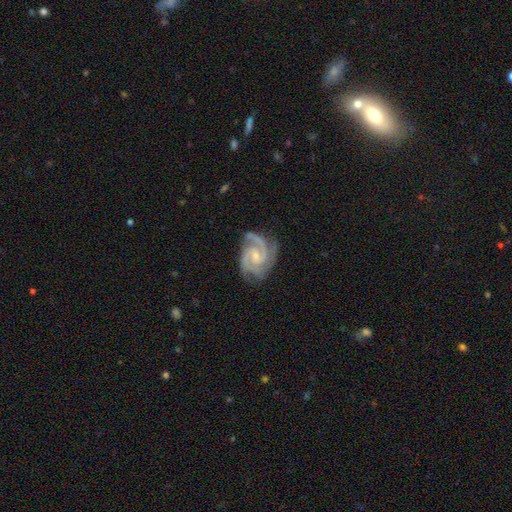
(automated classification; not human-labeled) Smooth or featured: featured or disk — 93% (star or artifact — 4%)
Edge-on disk: no — 98% (yes — 2%)
Bar: no — 48% (weak — 42%)
Spiral arms: yes — 99% (no — 1%)
Spiral winding: tight — 51% (medium — 44%)
Spiral arm count: 3 — 49% (2 — 35%)
Bulge size: small — 62% (moderate — 33%)
Merging: none — 73% (minor disturbance — 20%)